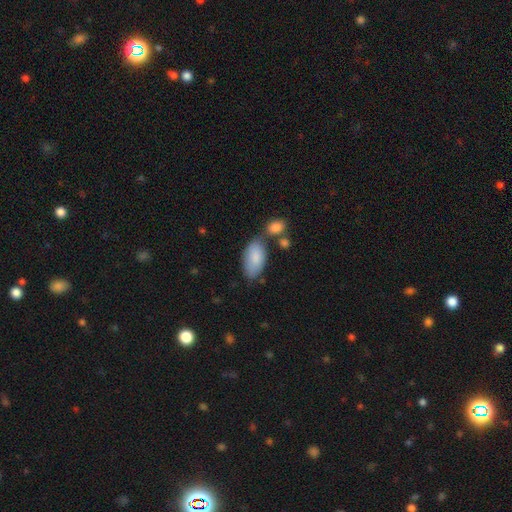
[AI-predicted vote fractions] smooth_or_featured: smooth (p=0.84) [alt: featured or disk p=0.10]
how_rounded: in between (p=0.95) [alt: round p=0.03]
merging: none (p=0.54) [alt: merger p=0.21]